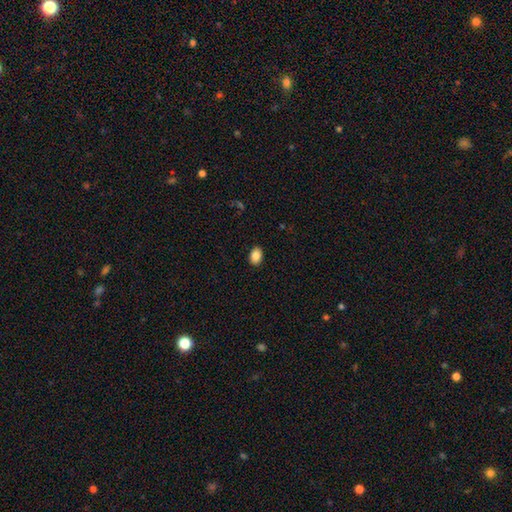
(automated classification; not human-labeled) This appears to be a smooth galaxy with no disk features (86%) that is in between round and cigar-shaped (81%). Merging: none (90%).